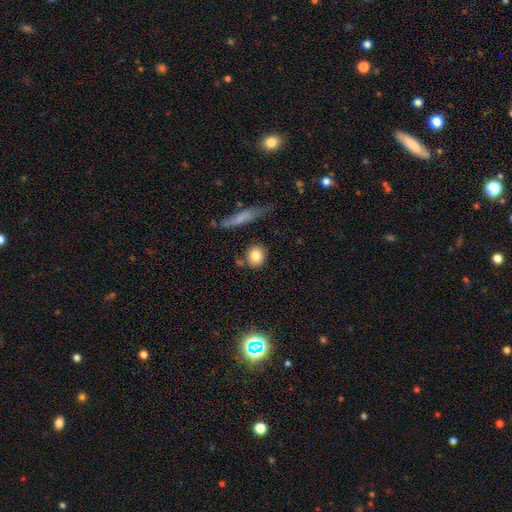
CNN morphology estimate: smooth-or-featured: smooth: 81% | featured or disk: 10% | star or artifact: 9%
  how-rounded: round: 74% | in between: 23% | cigar-shaped: 3%
  merging: none: 76% | minor disturbance: 12% | merger: 8% | major disturbance: 4%